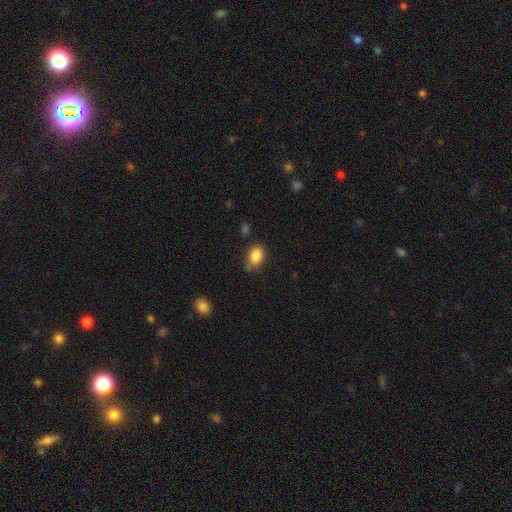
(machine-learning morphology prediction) Smooth or featured: smooth — 87% (star or artifact — 9%)
How rounded: in between — 78% (round — 20%)
Merging: none — 66% (minor disturbance — 24%)